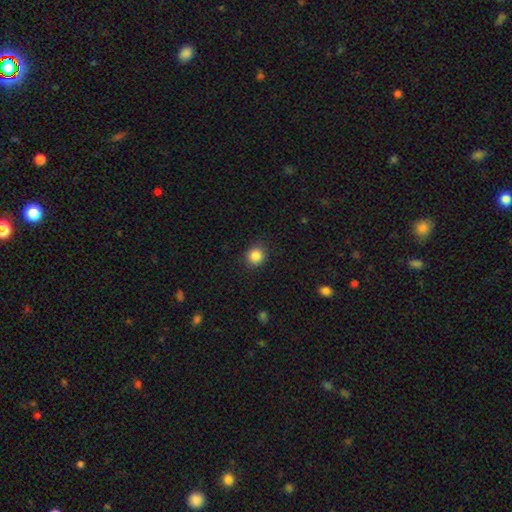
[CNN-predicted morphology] Smooth or featured: smooth — 86% (star or artifact — 10%)
How rounded: round — 88% (in between — 11%)
Merging: none — 89% (minor disturbance — 8%)